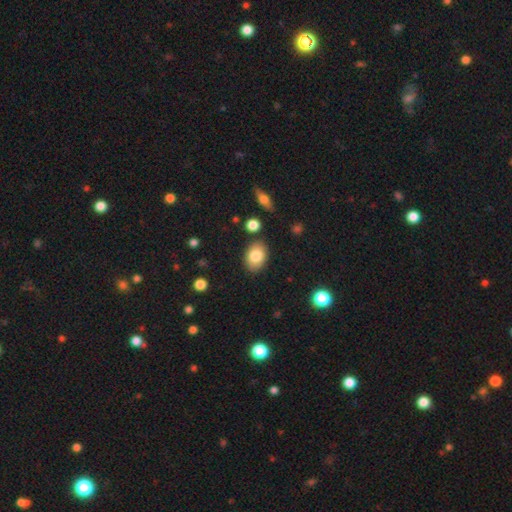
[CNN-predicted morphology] Smooth or featured? Predicted: smooth (p=0.81). How rounded? Predicted: in between (p=0.82). Merging? Predicted: none (p=0.84).